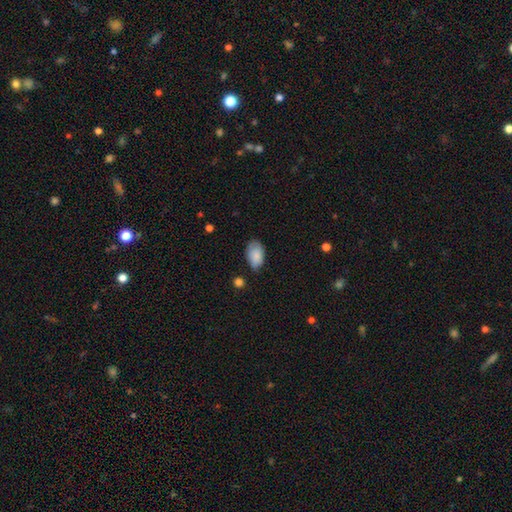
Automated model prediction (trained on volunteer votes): Smooth or featured? smooth (84%)
How rounded? in between (93%)
Merging? none (62%)